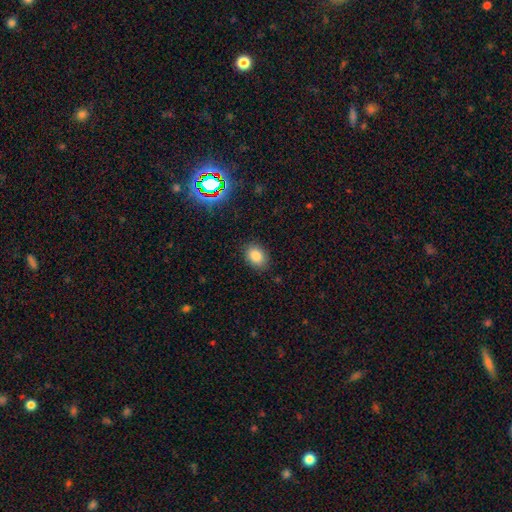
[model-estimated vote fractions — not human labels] This appears to be a smooth galaxy with no disk features (85%) that is in between round and cigar-shaped (68%). Merging: none (85%).